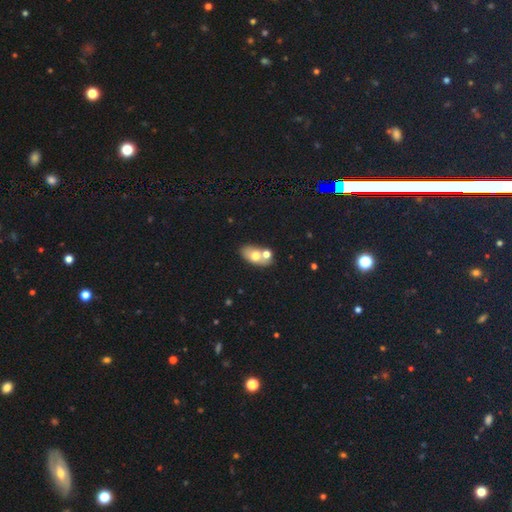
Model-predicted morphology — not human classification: Q: Smooth or featured?
A: smooth (66%); runner-up: featured or disk (25%)
Q: How rounded?
A: in between (84%); runner-up: round (13%)
Q: Merging?
A: none (47%); runner-up: merger (39%)